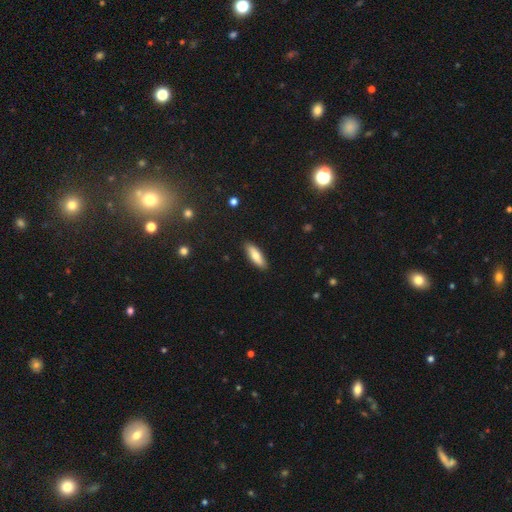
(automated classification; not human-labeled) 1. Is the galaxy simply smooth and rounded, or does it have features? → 75% smooth, 19% featured or disk, 6% star or artifact.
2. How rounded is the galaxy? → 50% in between, 48% cigar-shaped, 2% round.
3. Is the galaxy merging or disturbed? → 89% none, 8% minor disturbance, 2% major disturbance, 1% merger.